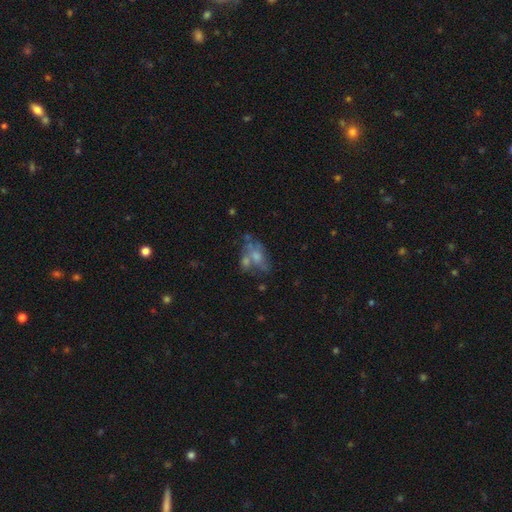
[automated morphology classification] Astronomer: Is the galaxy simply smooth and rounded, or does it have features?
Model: featured or disk — 45% (runner-up: smooth, 34%).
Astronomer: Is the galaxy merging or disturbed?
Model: none — 39% (runner-up: merger, 29%).